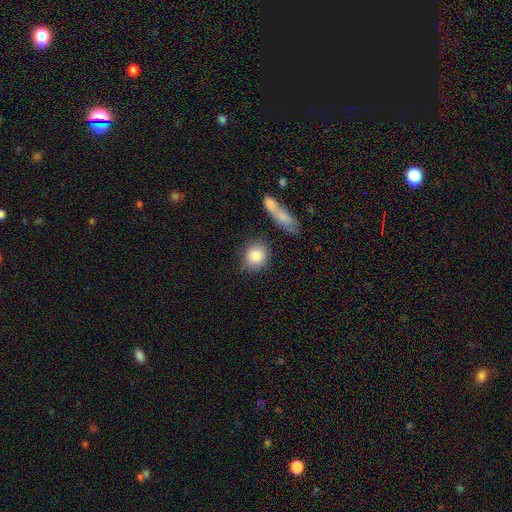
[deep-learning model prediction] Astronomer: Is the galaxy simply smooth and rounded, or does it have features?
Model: smooth — 84%.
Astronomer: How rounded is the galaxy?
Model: round — 76%.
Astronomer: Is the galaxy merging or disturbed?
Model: none — 79%.